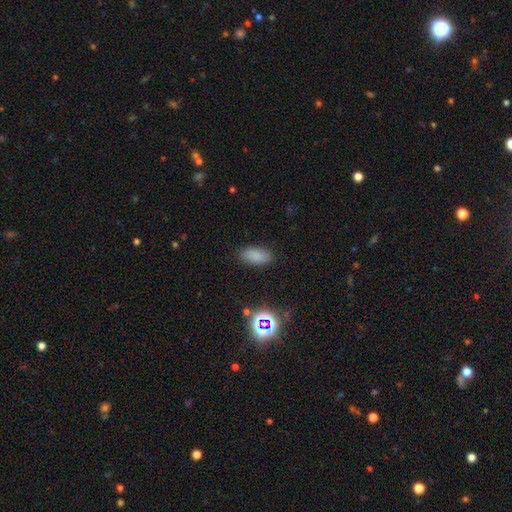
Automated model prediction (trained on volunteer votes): Overall: smooth (83%). How rounded: in between (89%). Merging: none (86%).